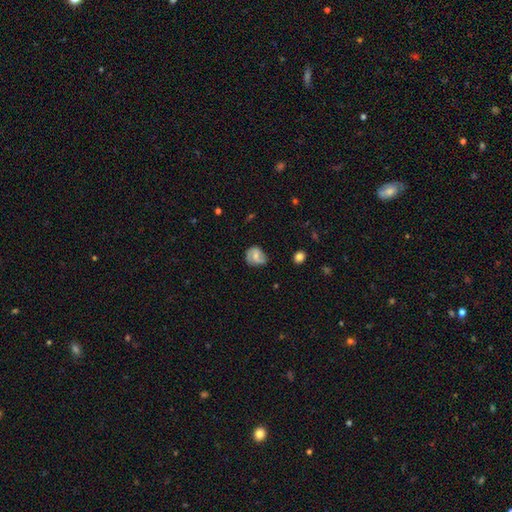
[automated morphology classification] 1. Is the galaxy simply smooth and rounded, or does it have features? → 54% featured or disk, 39% smooth, 8% star or artifact.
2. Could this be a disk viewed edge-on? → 97% no, 3% yes.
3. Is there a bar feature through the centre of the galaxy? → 47% weak, 36% no, 17% strong.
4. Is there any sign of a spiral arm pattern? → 82% yes, 18% no.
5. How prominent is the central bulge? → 43% small (tied), 43% moderate (tied), 10% none, 3% large, 1% dominant.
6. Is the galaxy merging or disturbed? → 61% none, 27% minor disturbance, 10% major disturbance, 2% merger.